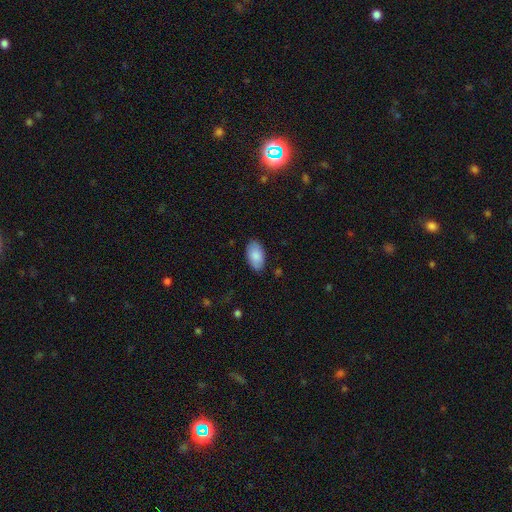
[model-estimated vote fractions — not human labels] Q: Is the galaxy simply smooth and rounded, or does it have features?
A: smooth — 87%.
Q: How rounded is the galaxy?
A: in between — 95%.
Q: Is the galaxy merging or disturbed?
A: none — 85%.